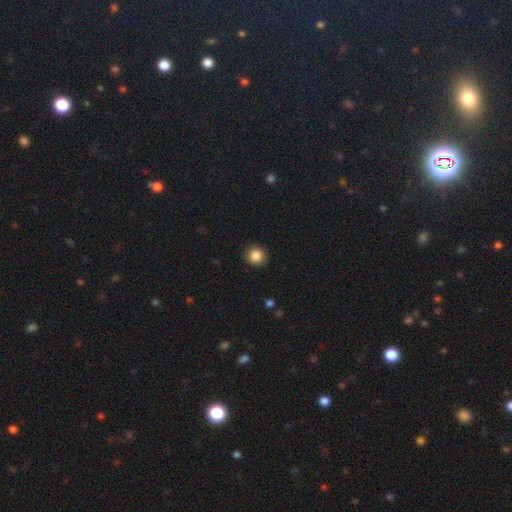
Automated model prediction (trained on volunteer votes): This appears to be a smooth galaxy with no disk features (86%) that is round (94%). Merging: none (92%).